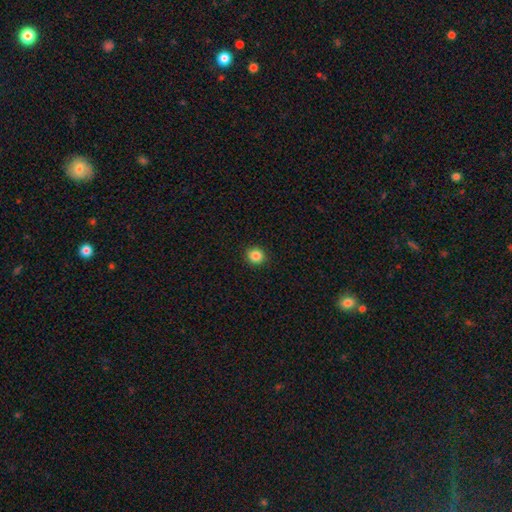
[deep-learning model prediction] Smooth or featured: smooth — 86% (star or artifact — 10%)
How rounded: round — 90% (in between — 9%)
Merging: none — 92% (minor disturbance — 5%)